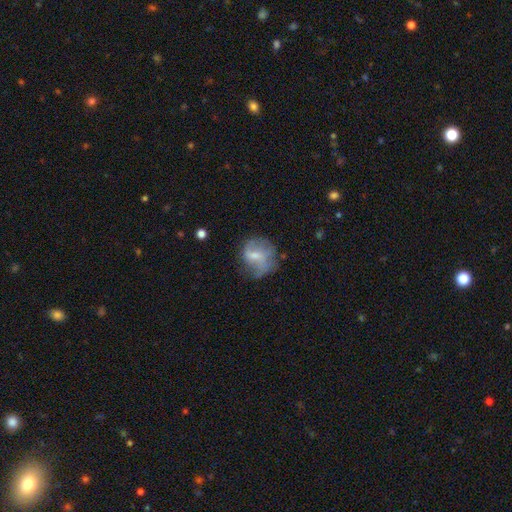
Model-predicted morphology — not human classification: Smooth or featured: featured or disk — 47% (smooth — 44%)
Merging: none — 46% (minor disturbance — 28%)